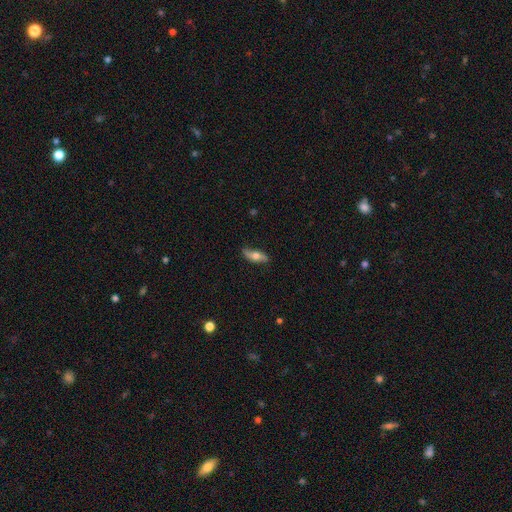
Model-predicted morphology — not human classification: featured or disk 47%, smooth 46%, star or artifact 7%. Down the decision tree: merging — none (78%).